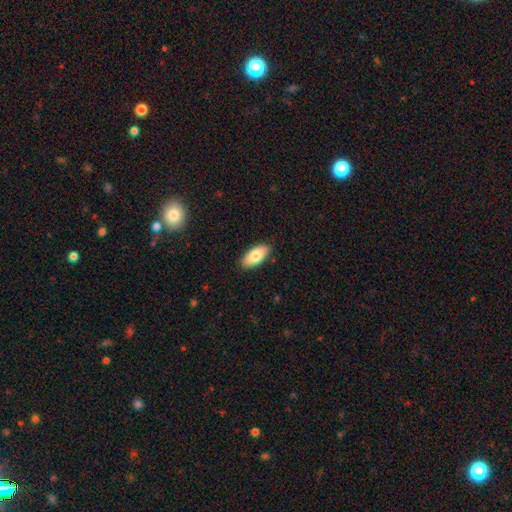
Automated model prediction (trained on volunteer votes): smooth_or_featured: smooth (p=0.81) [alt: featured or disk p=0.13]
how_rounded: in between (p=0.92) [alt: cigar-shaped p=0.06]
merging: none (p=0.88) [alt: minor disturbance p=0.09]